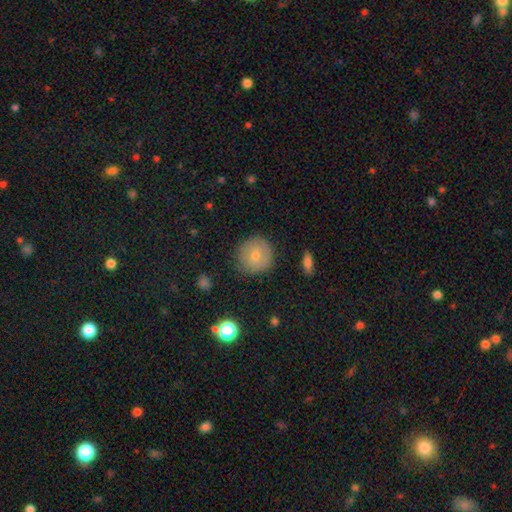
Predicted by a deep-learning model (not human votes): Smooth or featured? smooth (66%)
How rounded? round (93%)
Merging? none (86%)